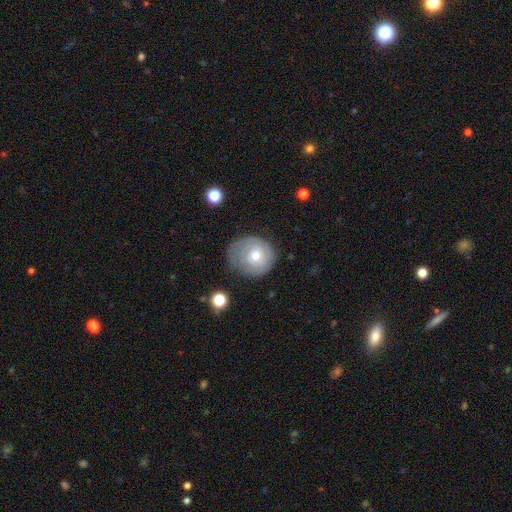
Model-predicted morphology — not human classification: This appears to be a featured or disk galaxy (68%) with no bar (78%), tight (79%) spiral arms (86%) and a moderate central bulge (64%). Merging: none (68%).